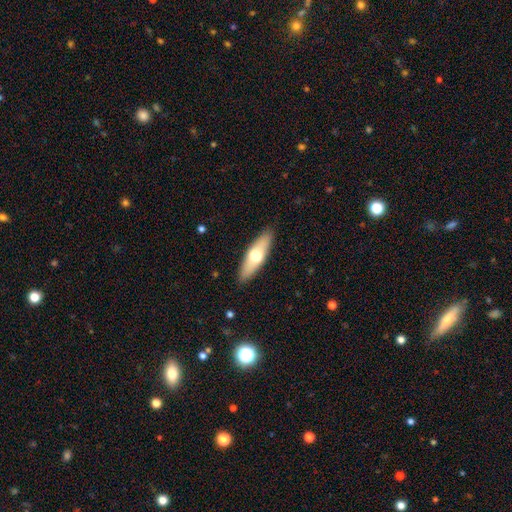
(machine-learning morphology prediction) type=smooth (59%); roundness=cigar-shaped (50%); merging=none (89%).